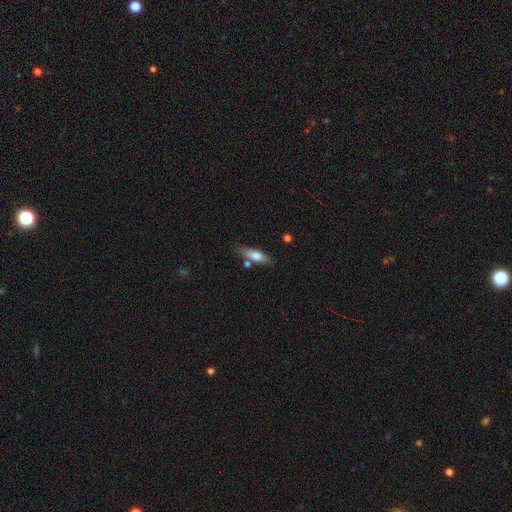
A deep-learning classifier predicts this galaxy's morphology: The model was most divided on "how rounded": cigar-shaped: 55%, in between: 42%, round: 3%. More confident: merging — none (71%); smooth or featured — smooth (62%).